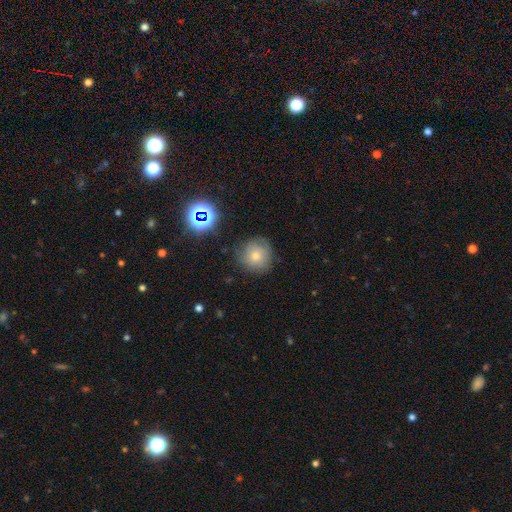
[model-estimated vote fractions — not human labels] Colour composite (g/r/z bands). It shows a smooth galaxy with no disk features (66%) that is round (91%). Merging: none (76%).